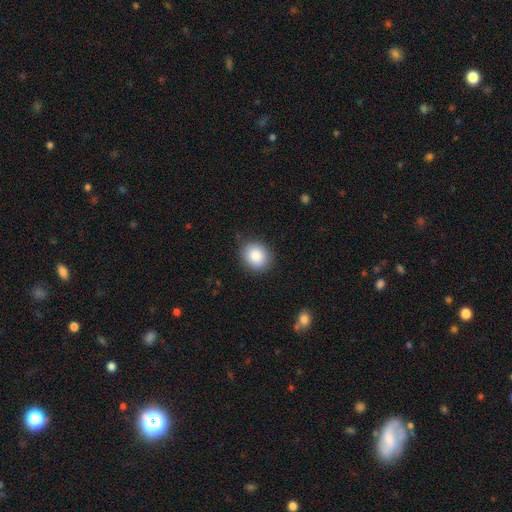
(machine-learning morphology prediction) smooth_or_featured: smooth (p=0.87) [alt: star or artifact p=0.08]
how_rounded: round (p=0.69) [alt: in between p=0.30]
merging: none (p=0.83) [alt: minor disturbance p=0.13]